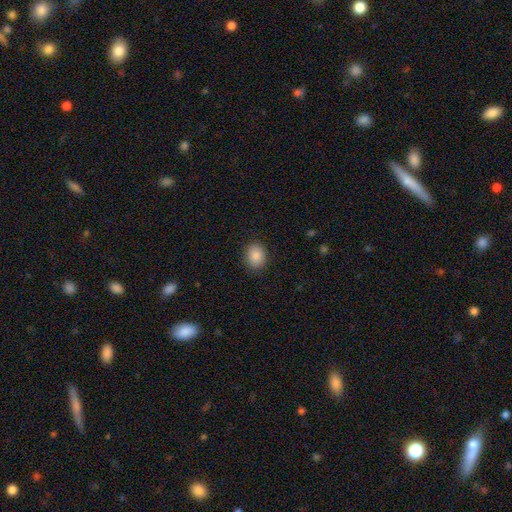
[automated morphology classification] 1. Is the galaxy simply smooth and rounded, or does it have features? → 88% smooth, 8% star or artifact, 4% featured or disk.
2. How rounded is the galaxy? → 52% round, 47% in between, 1% cigar-shaped.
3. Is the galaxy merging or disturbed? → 89% none, 8% minor disturbance, 2% major disturbance, 1% merger.